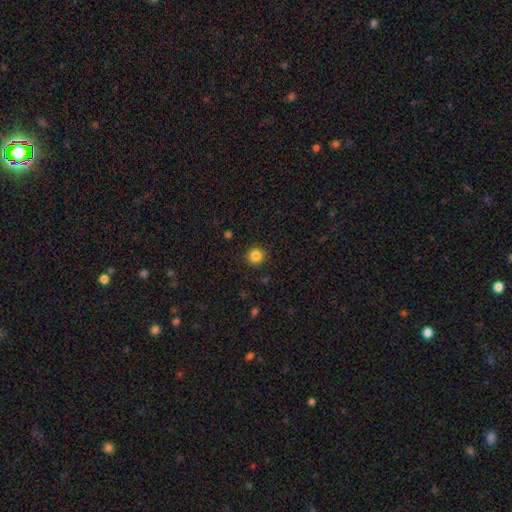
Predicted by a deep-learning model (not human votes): This appears to be a smooth galaxy with no disk features (85%) that is round (95%). Merging: none (92%).